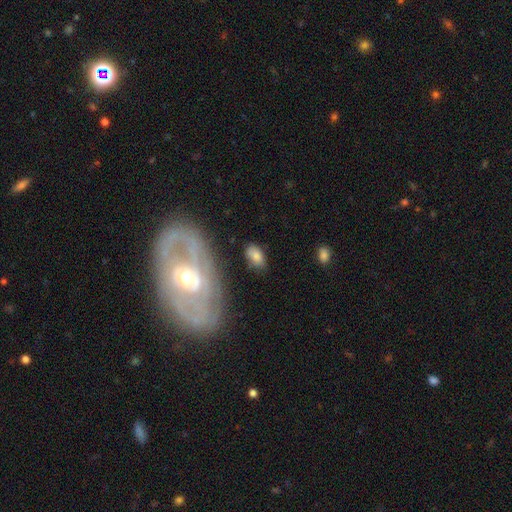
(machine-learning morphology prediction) This appears to be a smooth galaxy with no disk features (74%) that is in between round and cigar-shaped (90%). Merging: none (72%).